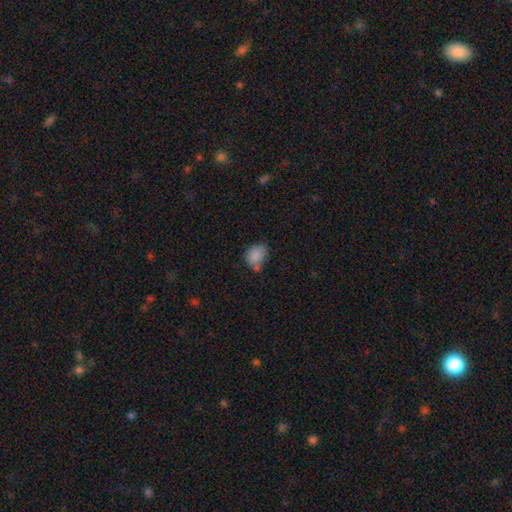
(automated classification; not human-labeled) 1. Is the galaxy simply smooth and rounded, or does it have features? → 85% smooth, 9% star or artifact, 6% featured or disk.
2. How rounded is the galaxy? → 68% in between, 31% round, 1% cigar-shaped.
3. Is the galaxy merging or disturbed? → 51% none, 31% minor disturbance, 10% merger, 8% major disturbance.